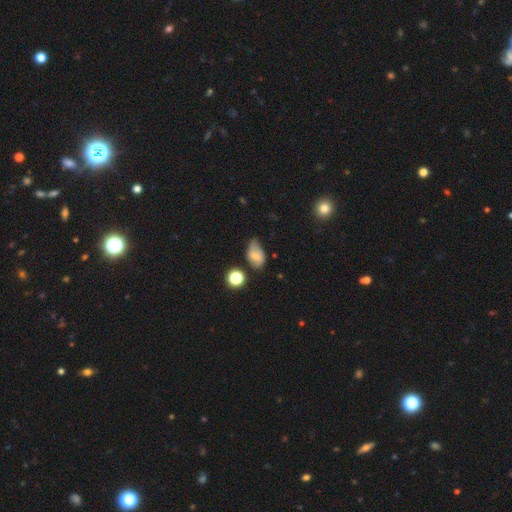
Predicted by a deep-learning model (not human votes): This is likely a smooth galaxy (61%). How rounded: clearly in between (82%). Merging: marginally none (44%).